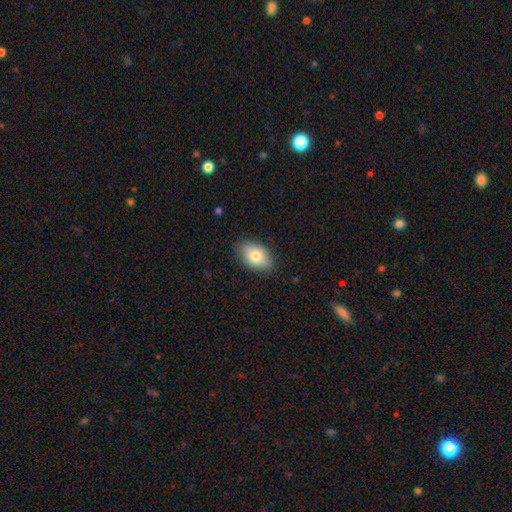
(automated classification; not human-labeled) The model was most divided on "smooth or featured": smooth: 80%, featured or disk: 13%, star or artifact: 7%. More confident: how rounded — in between (92%); merging — none (86%).